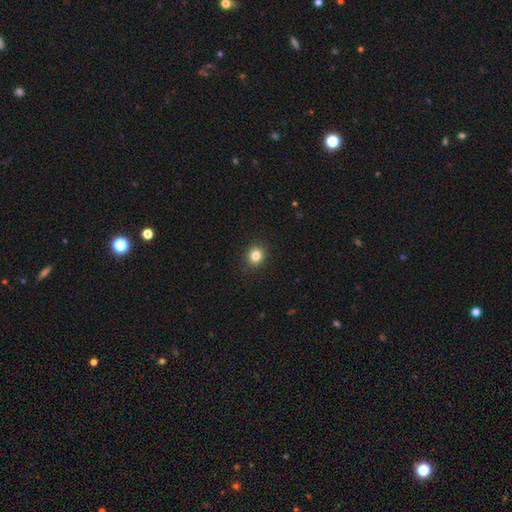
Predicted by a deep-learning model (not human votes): A smooth galaxy with no disk features (83%) that is round (78%).

Vote fractions:
- Smooth or featured? smooth: 83% / star or artifact: 12% / featured or disk: 5%
- How rounded? round: 78% / in between: 21% / cigar-shaped: 1%
- Merging? none: 90% / minor disturbance: 7% / major disturbance: 2% / merger: 1%